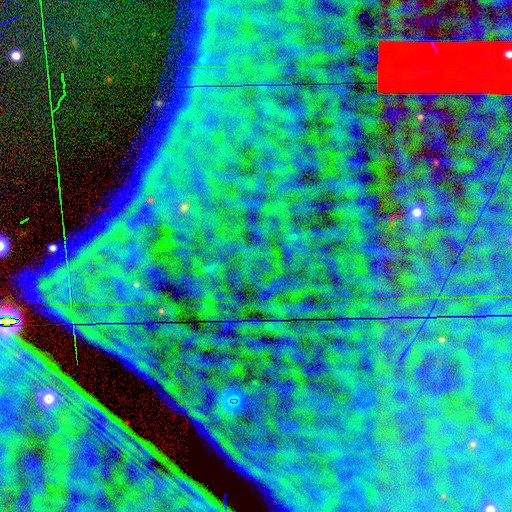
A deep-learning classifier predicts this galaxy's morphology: A star or artifact, not a galaxy (84%).